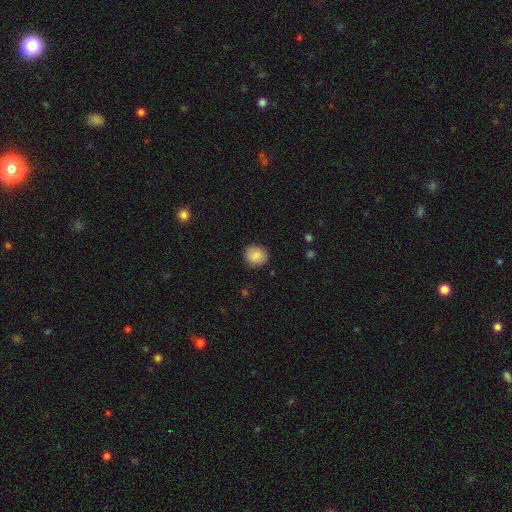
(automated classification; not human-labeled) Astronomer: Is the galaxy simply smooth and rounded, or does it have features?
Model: smooth — 87%.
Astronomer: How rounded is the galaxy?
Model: round — 79%.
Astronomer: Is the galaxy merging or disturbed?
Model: none — 87%.